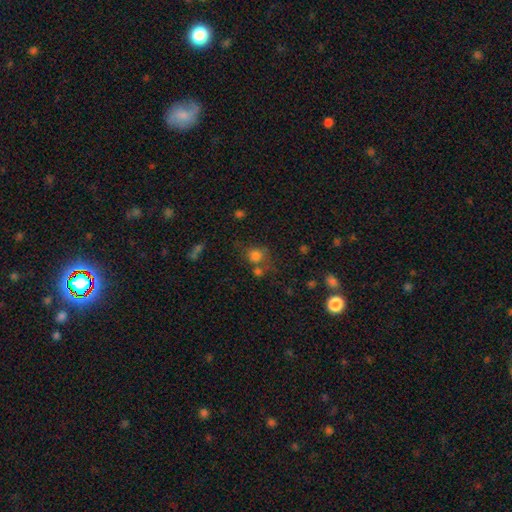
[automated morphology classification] This appears to be a smooth galaxy with no disk features (76%) that is round (80%). Merging: none (54%).